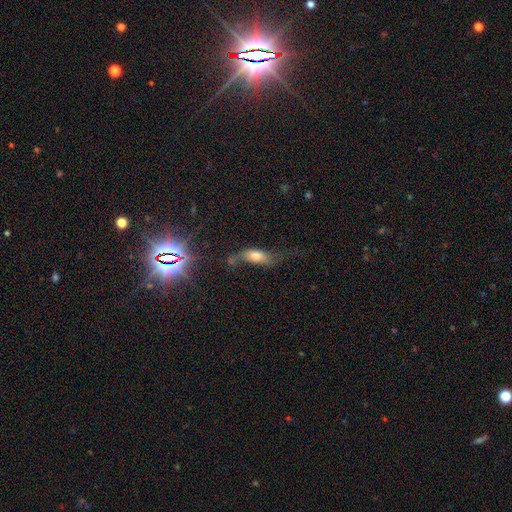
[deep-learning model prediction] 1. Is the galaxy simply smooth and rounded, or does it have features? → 58% smooth, 31% featured or disk, 11% star or artifact.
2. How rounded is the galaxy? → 73% in between, 23% cigar-shaped, 4% round.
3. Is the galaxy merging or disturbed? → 35% none, 29% major disturbance, 25% minor disturbance, 11% merger.